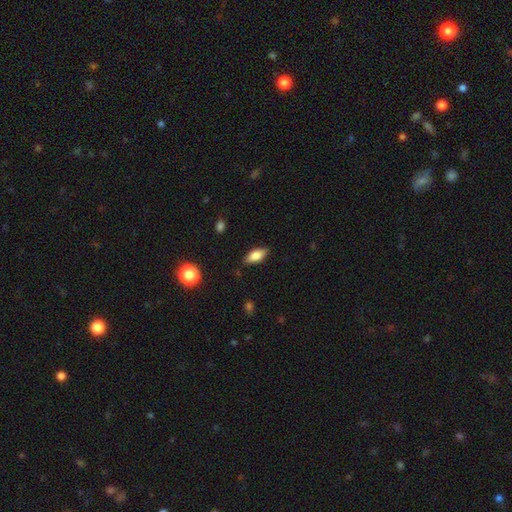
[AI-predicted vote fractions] This is likely a smooth galaxy (74%). How rounded: clearly in between (83%). Merging: clearly none (84%).